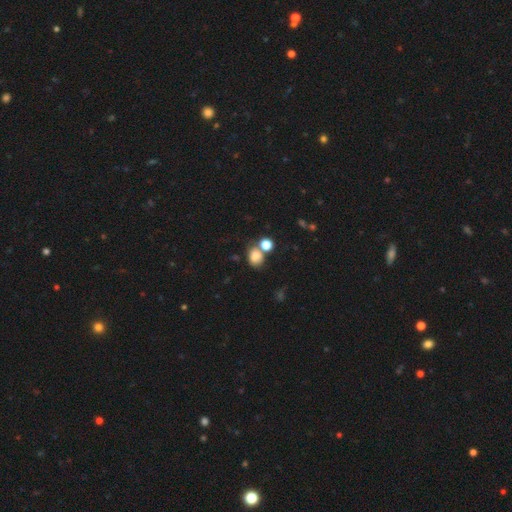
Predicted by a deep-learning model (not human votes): Overall: smooth (78%). How rounded: round (54%; in between 44%). Merging: none (46%; merger 32%).